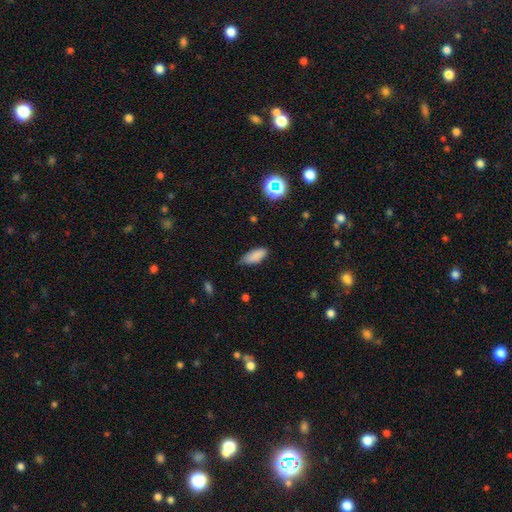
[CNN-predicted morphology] A smooth galaxy with no disk features (85%) that is in between round and cigar-shaped (81%).

Vote fractions:
- Smooth or featured? smooth: 85% / star or artifact: 9% / featured or disk: 7%
- How rounded? in between: 81% / cigar-shaped: 16% / round: 2%
- Merging? none: 61% / minor disturbance: 32% / major disturbance: 5% / merger: 2%